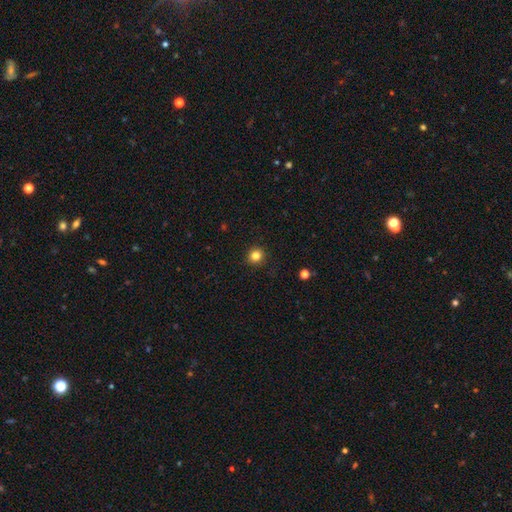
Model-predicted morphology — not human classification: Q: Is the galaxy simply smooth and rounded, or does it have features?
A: smooth — 83%.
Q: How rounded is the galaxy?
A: round — 93%.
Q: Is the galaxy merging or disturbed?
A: none — 92%.